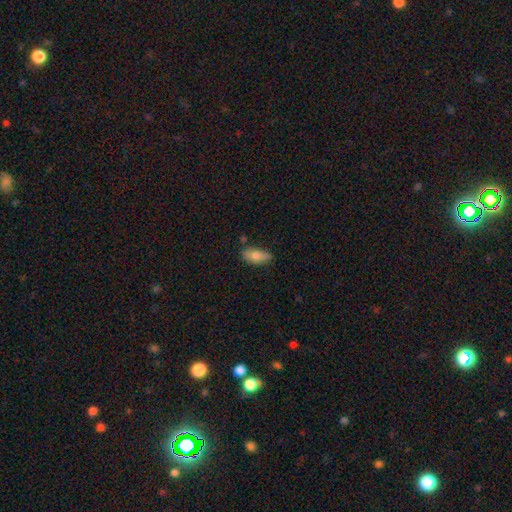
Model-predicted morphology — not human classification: Q: Smooth or featured?
A: smooth (75%); runner-up: featured or disk (18%)
Q: How rounded?
A: in between (86%); runner-up: cigar-shaped (11%)
Q: Merging?
A: none (65%); runner-up: minor disturbance (25%)